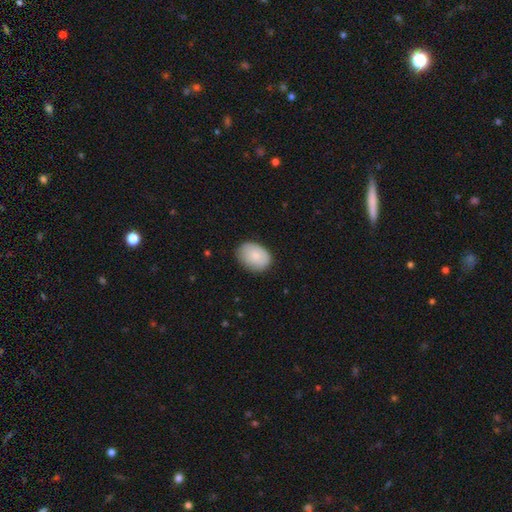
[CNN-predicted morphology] A smooth galaxy with no disk features (81%) that is in between round and cigar-shaped (76%).

Vote fractions:
- Smooth or featured? smooth: 81% / featured or disk: 12% / star or artifact: 6%
- How rounded? in between: 76% / round: 23% / cigar-shaped: 1%
- Merging? none: 79% / minor disturbance: 17% / major disturbance: 3% / merger: 1%